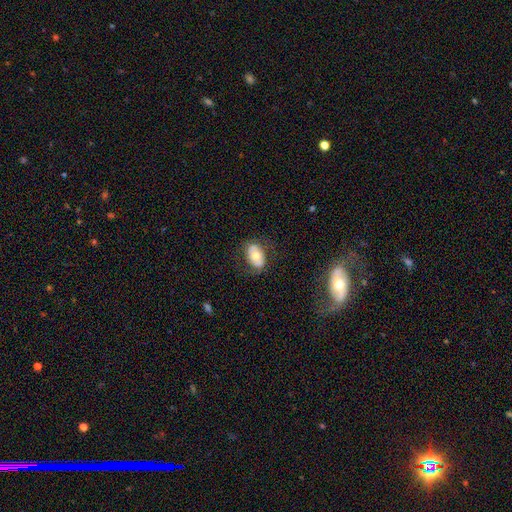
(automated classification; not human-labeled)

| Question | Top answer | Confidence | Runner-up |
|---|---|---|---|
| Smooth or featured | smooth | 57% | featured or disk (35%) |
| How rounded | in between | 86% | round (13%) |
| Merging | none | 73% | minor disturbance (17%) |